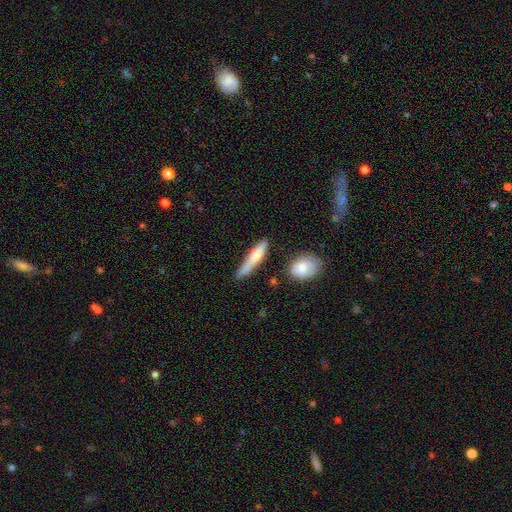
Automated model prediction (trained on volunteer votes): This appears to be a smooth galaxy with no disk features (68%) that is cigar-shaped (86%). Merging: none (65%).